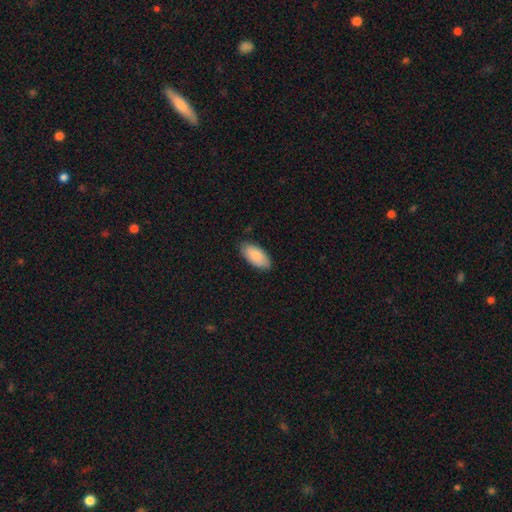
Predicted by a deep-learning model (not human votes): Morphology: type=smooth (86%); roundness=in between (94%); merging=none (85%).